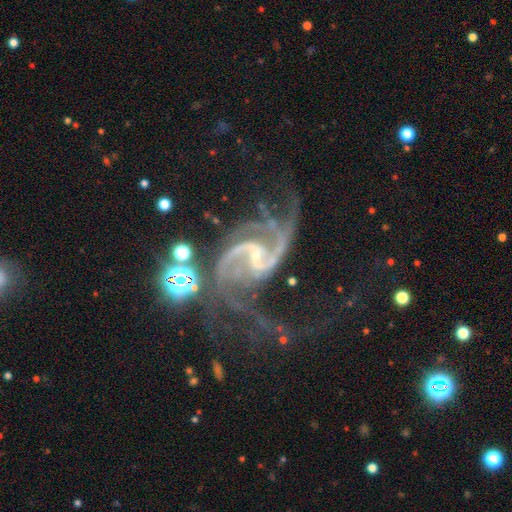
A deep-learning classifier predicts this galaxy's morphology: Smooth or featured? featured or disk (91%)
Edge-on disk? no (98%)
Bar? weak (49%)
Spiral arms? yes (98%)
Spiral winding? medium (45%)
Spiral arm count? 2 (78%)
Bulge size? small (74%)
Merging? none (38%)